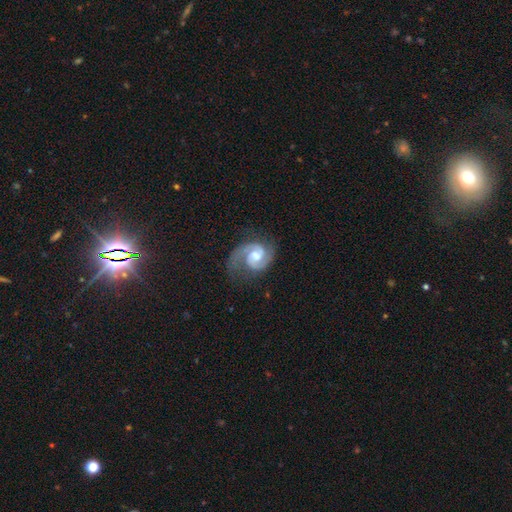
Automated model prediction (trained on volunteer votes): Smooth or featured? featured or disk (89%)
Edge-on disk? no (98%)
Bar? weak (47%)
Spiral arms? yes (98%)
Spiral winding? medium (53%)
Spiral arm count? 2 (89%)
Bulge size? moderate (59%)
Merging? none (64%)